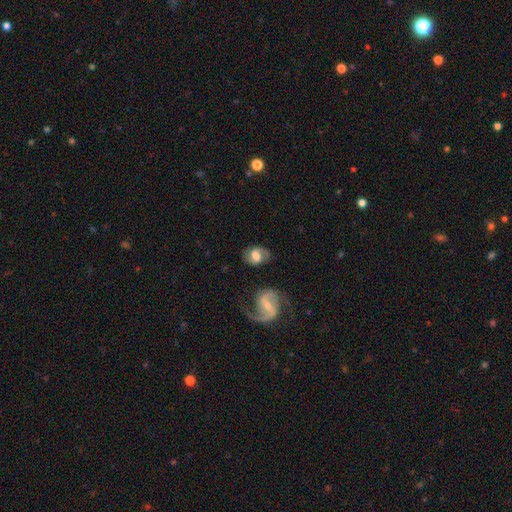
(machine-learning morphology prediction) The model was most divided on "bar": weak: 45%, no: 37%, strong: 18%. Remaining: edge-on disk — no (96%); spiral arms — yes (85%); merging — none (66%); smooth or featured — featured or disk (54%); bulge size — moderate (45%).